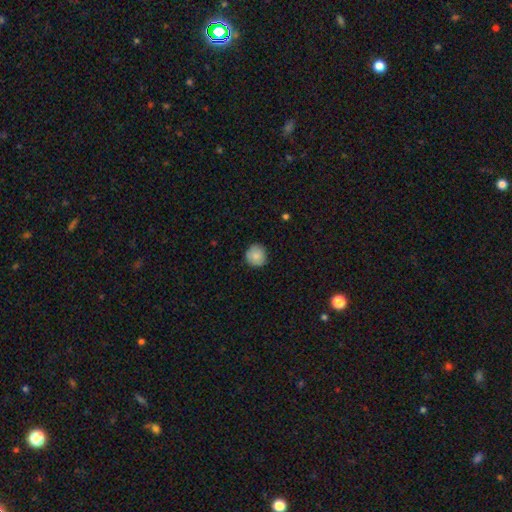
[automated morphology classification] A smooth galaxy with no disk features (85%) that is round (93%). Merging: none (89%).